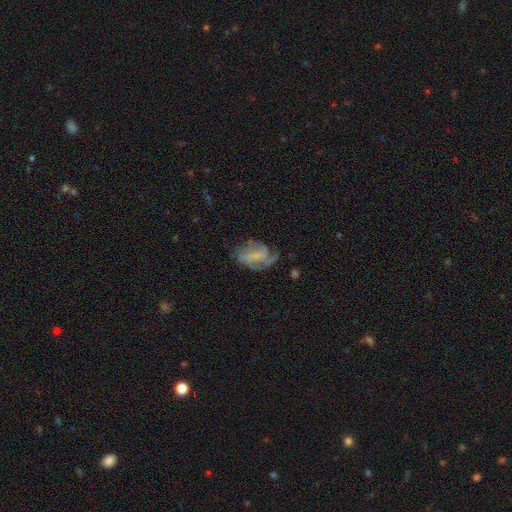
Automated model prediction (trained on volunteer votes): Overall: featured or disk (69%). Edge-on disk: no (96%). Bar: no (43%; weak 42%). Spiral arms: yes (86%). Spiral arm count: 3 (29%; can't tell 27%). Spiral winding: medium (44%; tight 30%). Bulge size: none (44%; small 36%). Merging: none (53%; minor disturbance 24%).